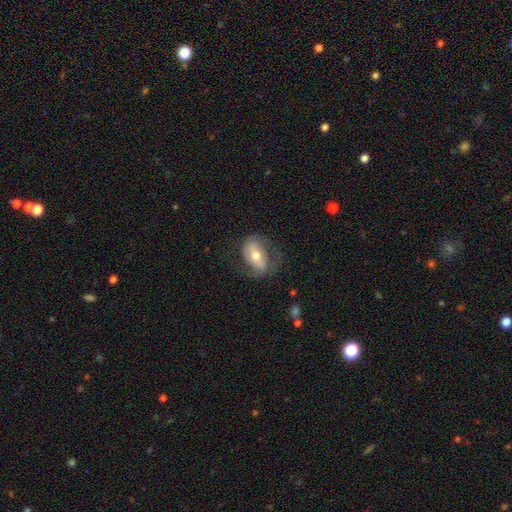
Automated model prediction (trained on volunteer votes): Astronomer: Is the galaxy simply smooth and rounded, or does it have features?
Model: featured or disk — 49% (runner-up: smooth, 44%).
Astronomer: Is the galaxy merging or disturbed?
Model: none — 64%.